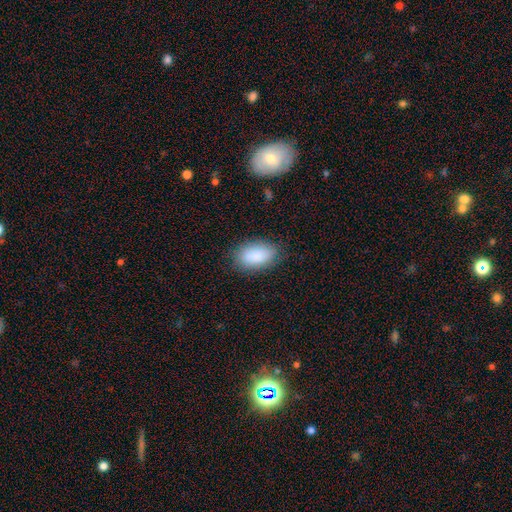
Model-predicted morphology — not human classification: A smooth galaxy with no disk features (88%) that is in between round and cigar-shaped (93%). Merging: none (82%).